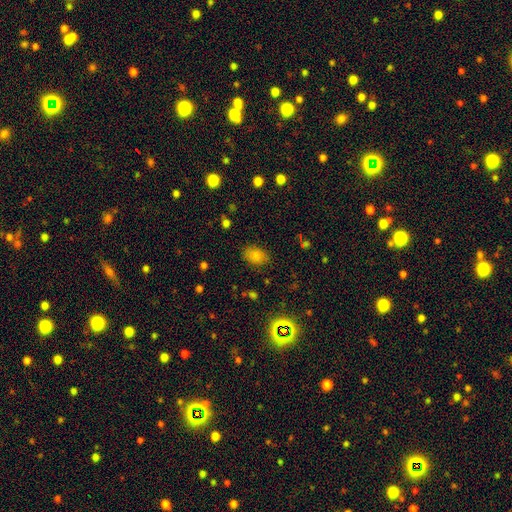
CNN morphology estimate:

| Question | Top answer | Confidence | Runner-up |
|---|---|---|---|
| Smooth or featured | smooth | 81% | star or artifact (12%) |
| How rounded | in between | 82% | round (17%) |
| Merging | none | 83% | minor disturbance (12%) |